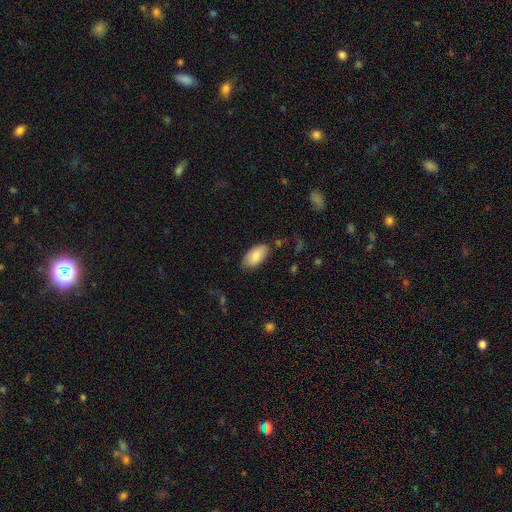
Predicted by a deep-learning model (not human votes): Q: Smooth or featured?
A: smooth (82%); runner-up: featured or disk (12%)
Q: How rounded?
A: in between (95%); runner-up: cigar-shaped (3%)
Q: Merging?
A: none (80%); runner-up: minor disturbance (15%)